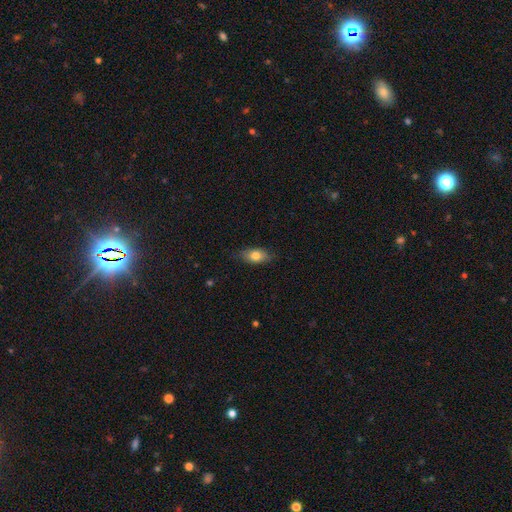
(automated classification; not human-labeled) Overall: smooth (78%). How rounded: in between (86%). Merging: none (80%).